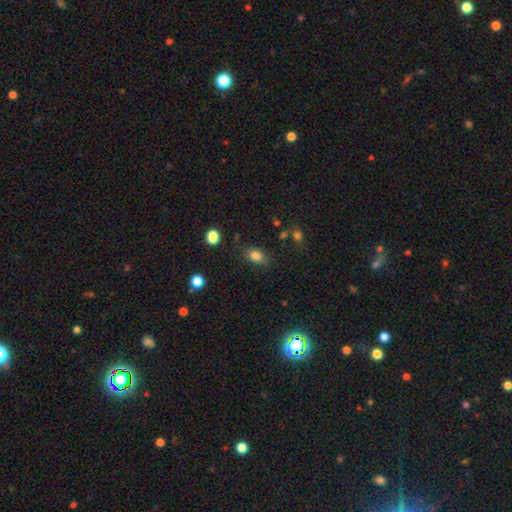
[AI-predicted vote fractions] Smooth or featured?
  - smooth: 81% *
  - star or artifact: 11%
  - featured or disk: 9%
How rounded?
  - in between: 80% *
  - round: 17%
  - cigar-shaped: 3%
Merging?
  - none: 80% *
  - minor disturbance: 14%
  - major disturbance: 4%
  - merger: 2%